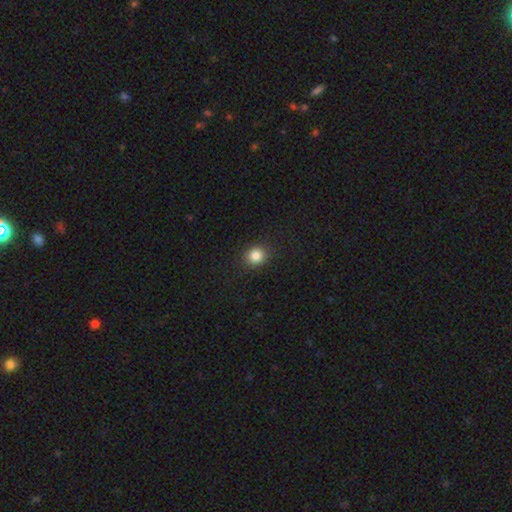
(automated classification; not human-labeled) A smooth galaxy with no disk features (84%) that is round (79%). Merging: none (89%).